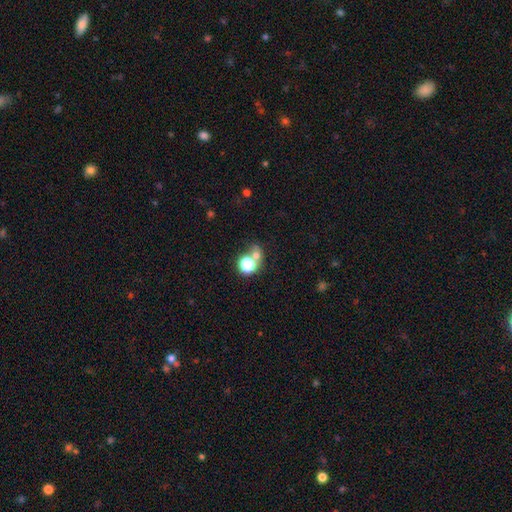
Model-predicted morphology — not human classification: Smooth or featured? smooth (63%)
How rounded? round (73%)
Merging? none (44%)